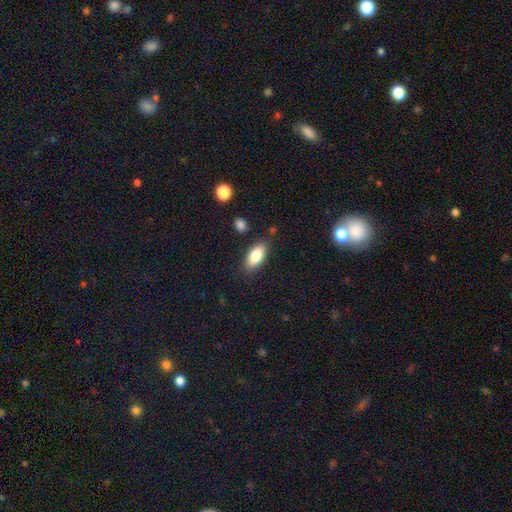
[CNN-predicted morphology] Smooth or featured? smooth (83%)
How rounded? in between (87%)
Merging? none (82%)